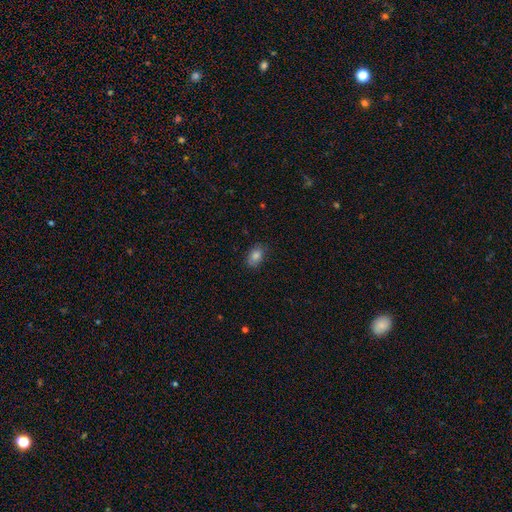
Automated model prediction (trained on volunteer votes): Smooth or featured: smooth — 83% (star or artifact — 10%)
How rounded: in between — 82% (round — 17%)
Merging: none — 81% (minor disturbance — 15%)